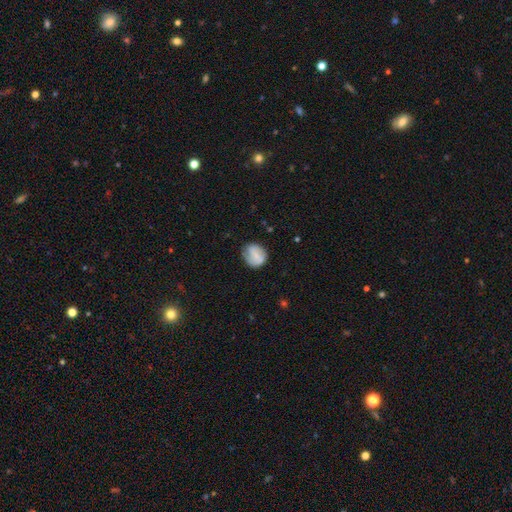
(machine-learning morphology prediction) Smooth or featured? Predicted: smooth (p=0.62). How rounded? Predicted: round (p=0.72). Merging? Predicted: none (p=0.70).